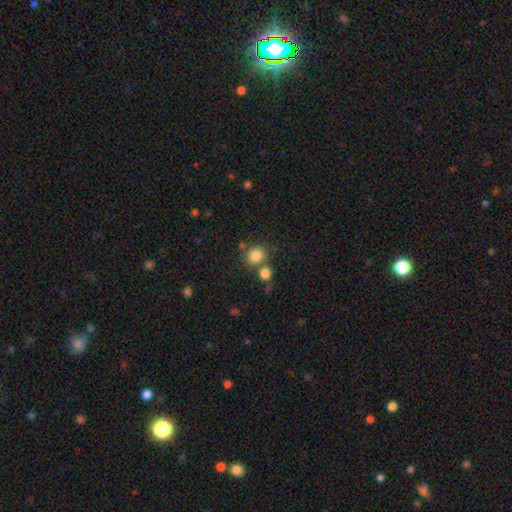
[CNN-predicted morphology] This is clearly a smooth galaxy (82%). How rounded: likely round (73%). Merging: likely none (64%).